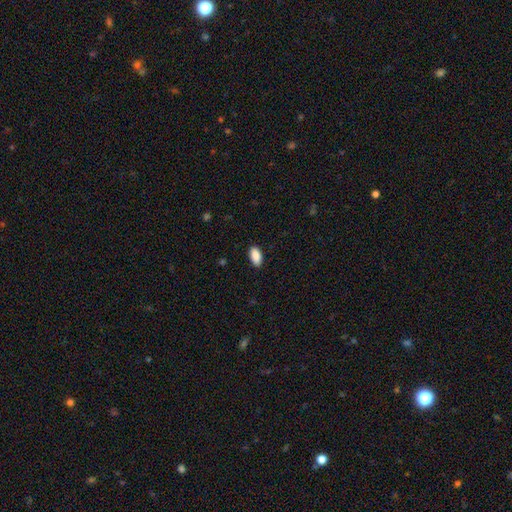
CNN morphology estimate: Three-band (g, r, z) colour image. It shows a smooth galaxy with no disk features (90%) that is in between round and cigar-shaped (93%). Merging: none (88%).